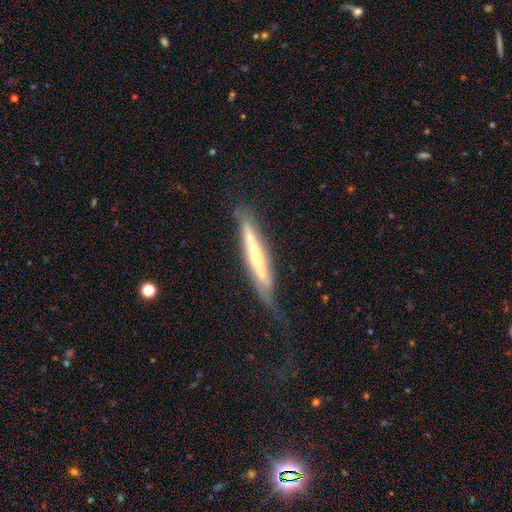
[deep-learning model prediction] Smooth or featured? featured or disk (59%)
Edge-on disk? yes (86%)
Edge-on bulge? none (50%)
Merging? none (58%)